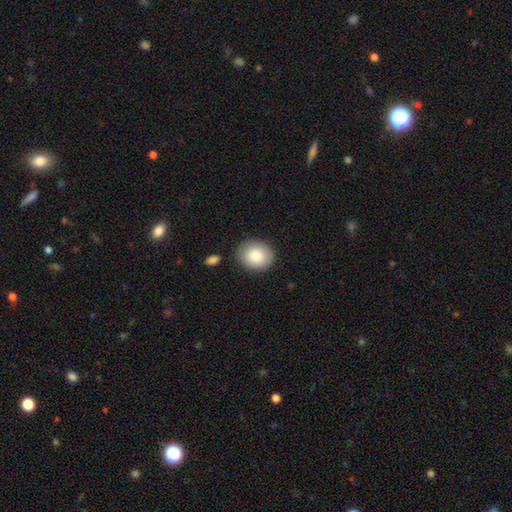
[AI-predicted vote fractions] Smooth or featured: smooth — 83% (featured or disk — 10%)
How rounded: round — 60% (in between — 39%)
Merging: none — 86% (minor disturbance — 9%)